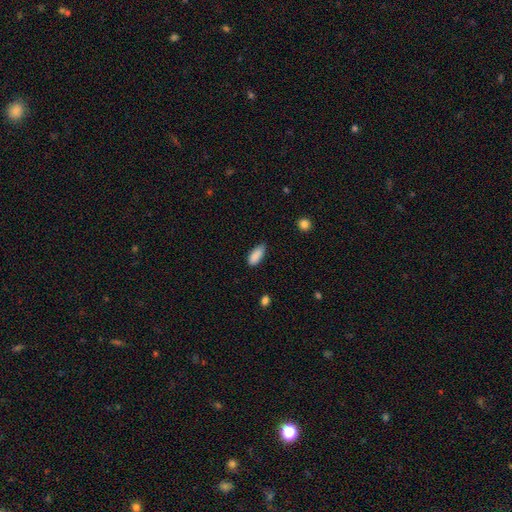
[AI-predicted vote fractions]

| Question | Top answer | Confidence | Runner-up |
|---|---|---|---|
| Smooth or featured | smooth | 88% | star or artifact (7%) |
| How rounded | in between | 85% | cigar-shaped (13%) |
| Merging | none | 66% | minor disturbance (28%) |